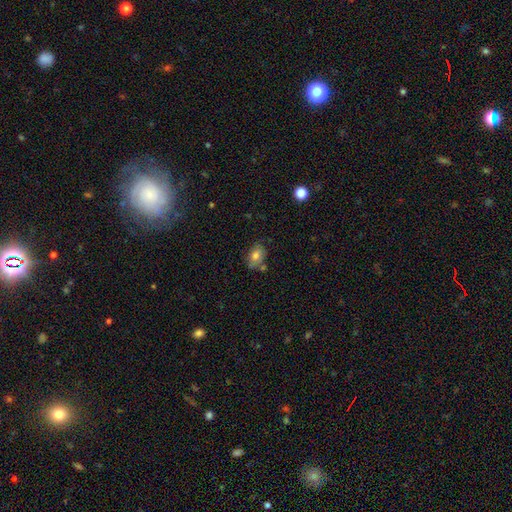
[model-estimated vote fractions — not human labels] Morphology: type=smooth (75%); roundness=in between (83%); merging=none (67%).